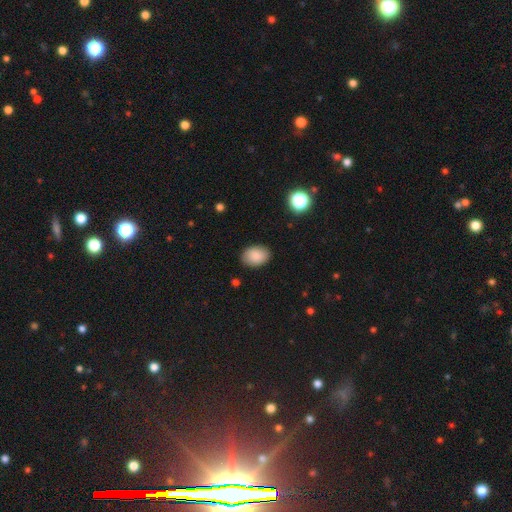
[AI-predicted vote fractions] Q: Smooth or featured?
A: smooth (87%); runner-up: star or artifact (8%)
Q: How rounded?
A: in between (79%); runner-up: round (20%)
Q: Merging?
A: none (87%); runner-up: minor disturbance (9%)